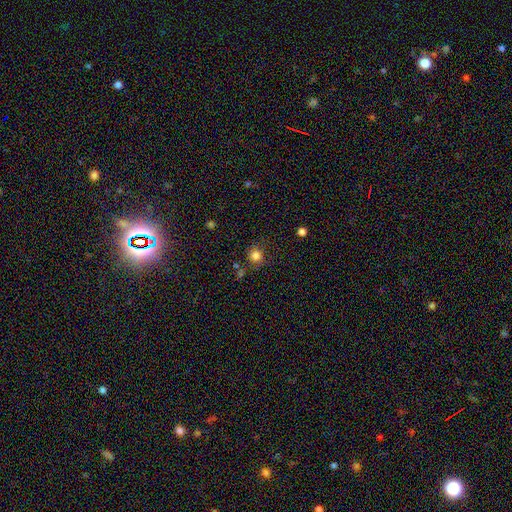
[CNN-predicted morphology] This appears to be a smooth galaxy with no disk features (83%) that is round (91%). Merging: none (79%).